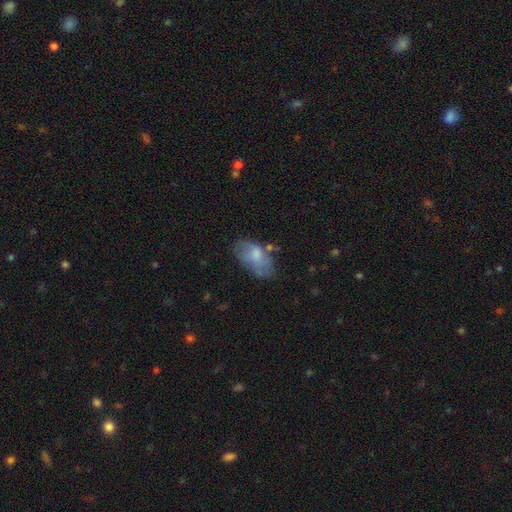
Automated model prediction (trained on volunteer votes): Q: Smooth or featured?
A: smooth (67%); runner-up: featured or disk (26%)
Q: How rounded?
A: in between (93%); runner-up: round (5%)
Q: Merging?
A: none (49%); runner-up: minor disturbance (30%)